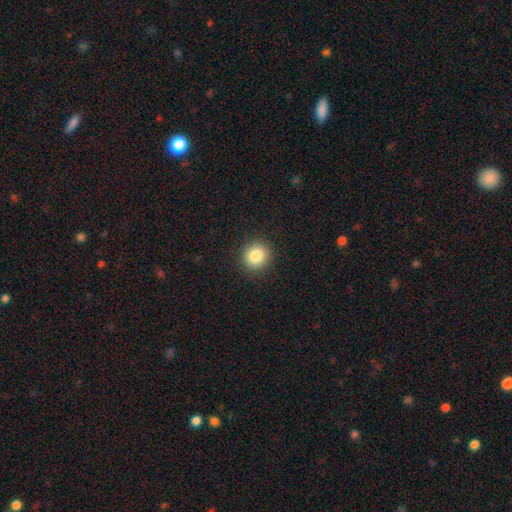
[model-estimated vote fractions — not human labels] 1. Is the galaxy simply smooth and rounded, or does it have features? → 84% smooth, 10% star or artifact, 5% featured or disk.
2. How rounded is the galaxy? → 86% round, 13% in between, 1% cigar-shaped.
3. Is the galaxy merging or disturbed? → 90% none, 7% minor disturbance, 2% major disturbance, 1% merger.